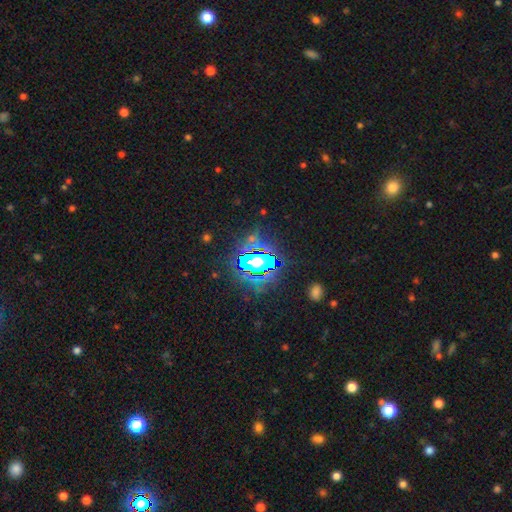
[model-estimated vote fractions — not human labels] star or artifact 81%, smooth 11%, featured or disk 8%.